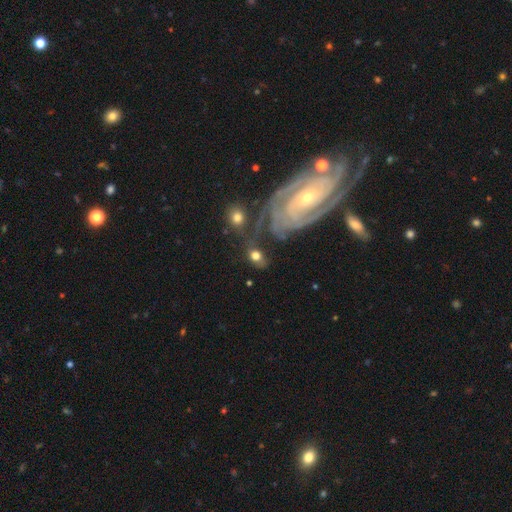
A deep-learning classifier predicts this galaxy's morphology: The model was most divided on "how rounded": in between: 56%, round: 41%, cigar-shaped: 2%. More confident: smooth or featured — smooth (60%); merging — none (51%).